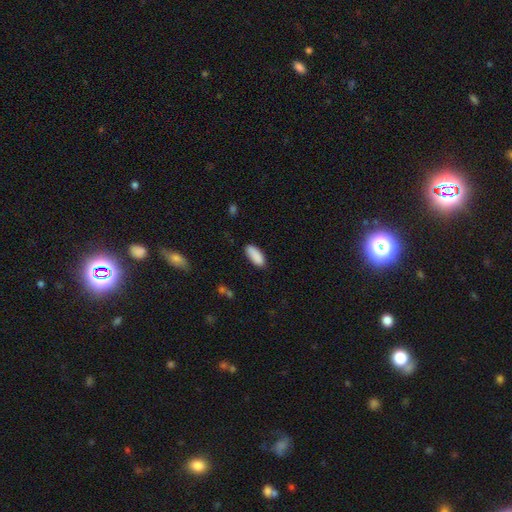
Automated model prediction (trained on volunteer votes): Smooth or featured? Predicted: smooth (p=0.89). How rounded? Predicted: in between (p=0.78). Merging? Predicted: none (p=0.82).